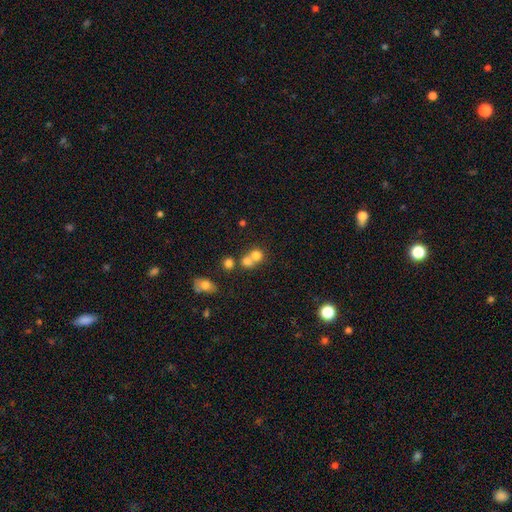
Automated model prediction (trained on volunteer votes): Overall: smooth (74%). How rounded: round (81%). Merging: merger (56%; none 35%).